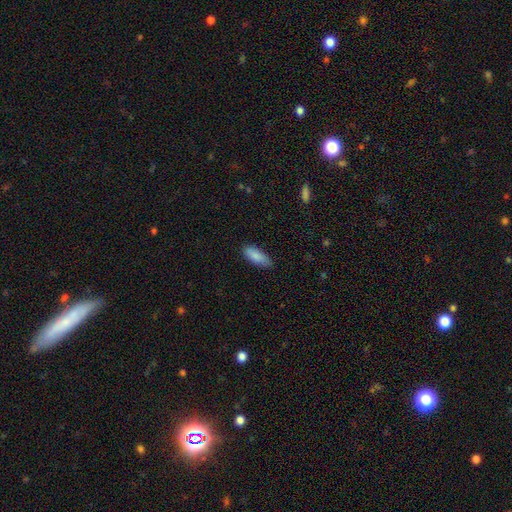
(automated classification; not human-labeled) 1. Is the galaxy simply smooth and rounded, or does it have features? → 86% smooth, 8% featured or disk, 6% star or artifact.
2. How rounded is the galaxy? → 74% in between, 24% cigar-shaped, 2% round.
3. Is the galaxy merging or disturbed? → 80% none, 16% minor disturbance, 3% major disturbance, 1% merger.